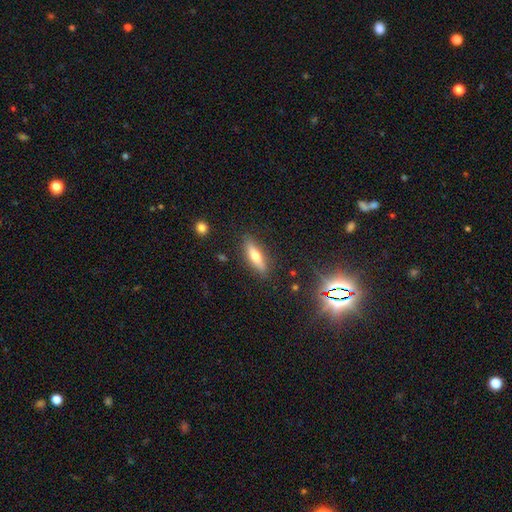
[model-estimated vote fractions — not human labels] smooth 55%, featured or disk 37%, star or artifact 8%. Down the decision tree: how rounded — cigar-shaped (61%); merging — none (86%).